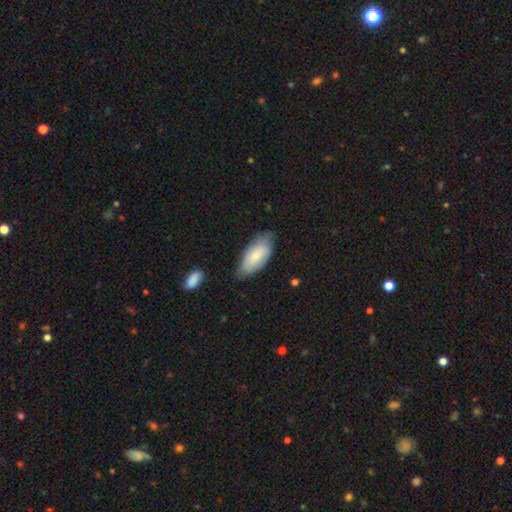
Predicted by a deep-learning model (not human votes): Overall: smooth (70%). How rounded: in between (92%). Merging: none (58%; minor disturbance 33%).